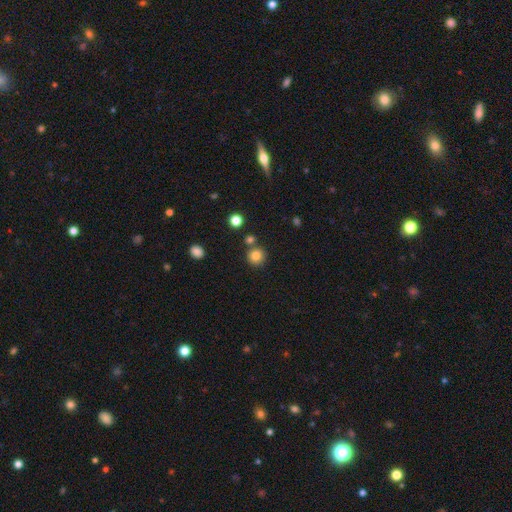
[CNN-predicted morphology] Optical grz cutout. It shows a smooth galaxy with no disk features (82%) that is round (93%). Merging: none (79%).